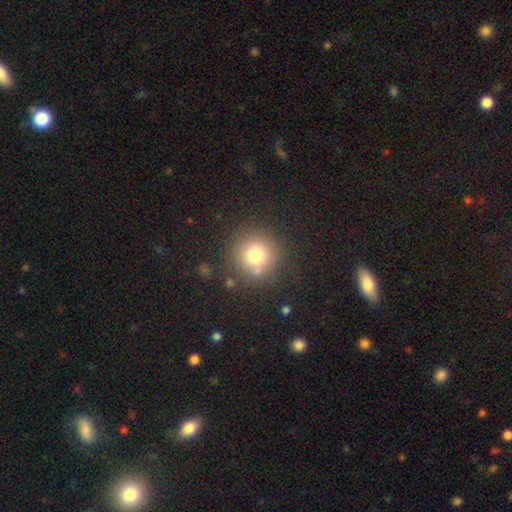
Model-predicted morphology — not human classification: type=smooth (74%); roundness=round (93%); merging=none (77%).